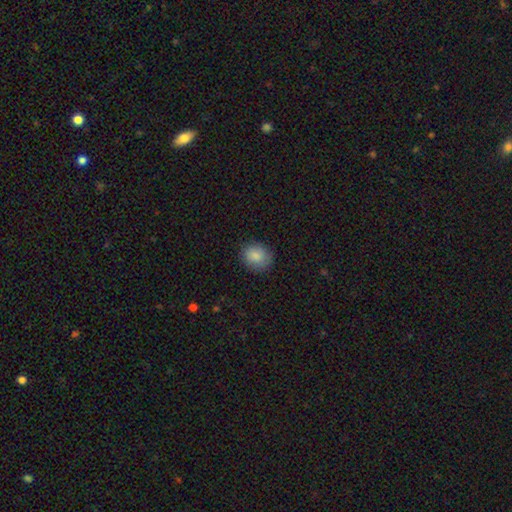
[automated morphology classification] The model was most divided on "how rounded": round: 64%, in between: 35%, cigar-shaped: 1%. More confident: smooth or featured — smooth (87%); merging — none (84%).